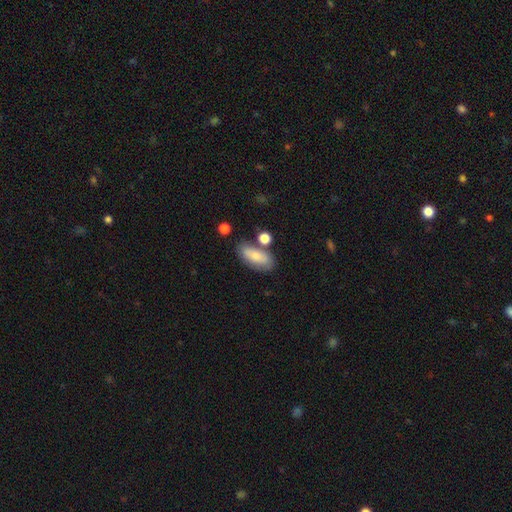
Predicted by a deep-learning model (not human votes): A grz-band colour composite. It shows a smooth galaxy with no disk features (77%) that is in between round and cigar-shaped (84%). Merging: none (69%).